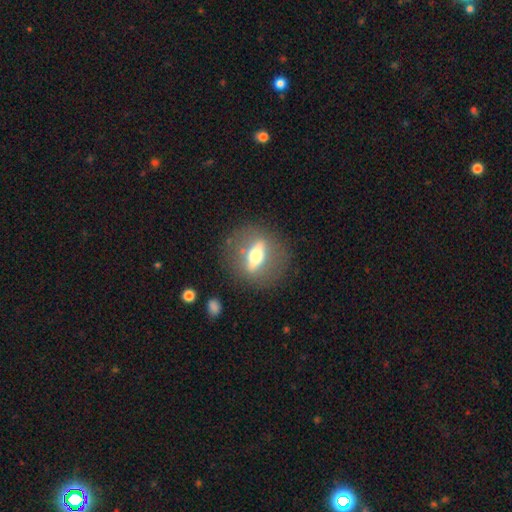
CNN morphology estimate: smooth_or_featured: featured or disk (p=0.64) [alt: smooth p=0.28]
disk_edge_on: yes (p=0.56) [alt: no p=0.44]
merging: none (p=0.80) [alt: minor disturbance p=0.10]